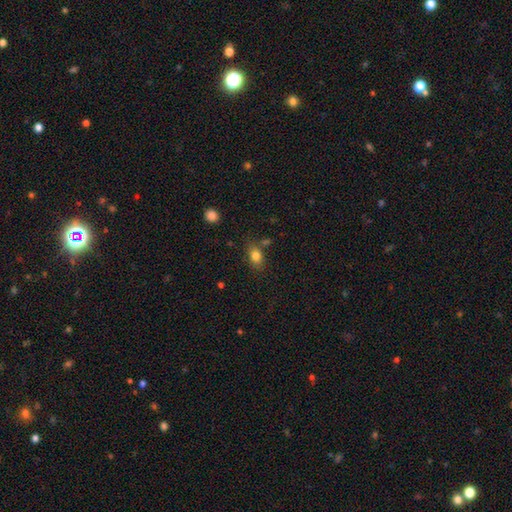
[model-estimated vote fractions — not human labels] Smooth or featured? Predicted: smooth (p=0.81). How rounded? Predicted: in between (p=0.77). Merging? Predicted: none (p=0.71).